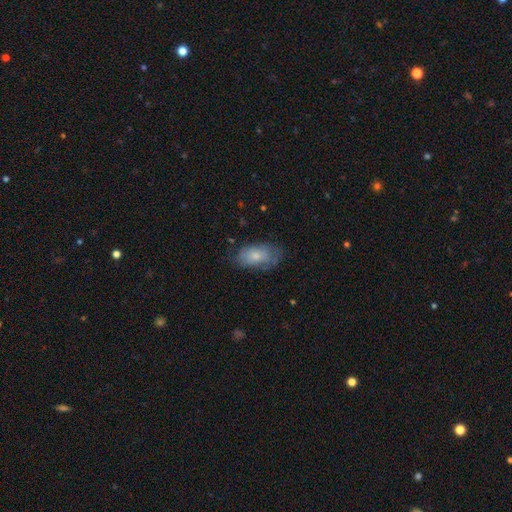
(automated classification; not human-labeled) This is likely a smooth galaxy (69%). How rounded: clearly in between (92%). Merging: likely none (63%).